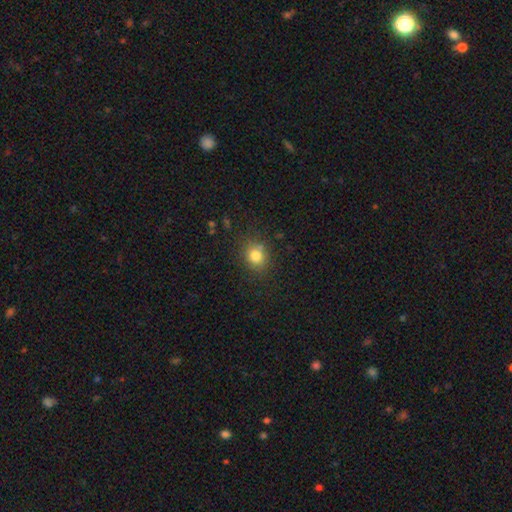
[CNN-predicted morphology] A smooth galaxy with no disk features (81%) that is round (72%). Merging: none (81%).